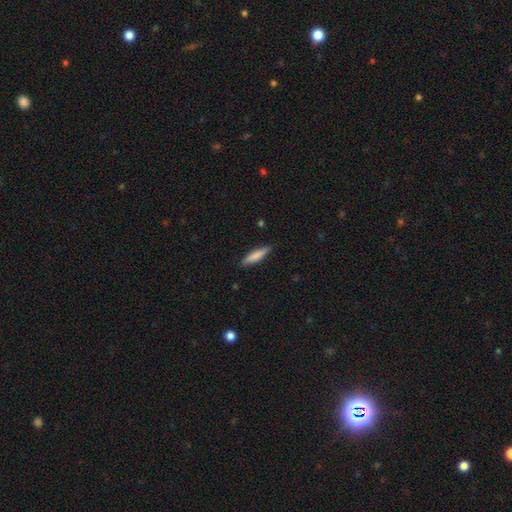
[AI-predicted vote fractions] smooth-or-featured: smooth: 80% | featured or disk: 14% | star or artifact: 6%
  how-rounded: cigar-shaped: 79% | in between: 20% | round: 1%
  merging: none: 87% | minor disturbance: 10% | major disturbance: 2% | merger: 1%